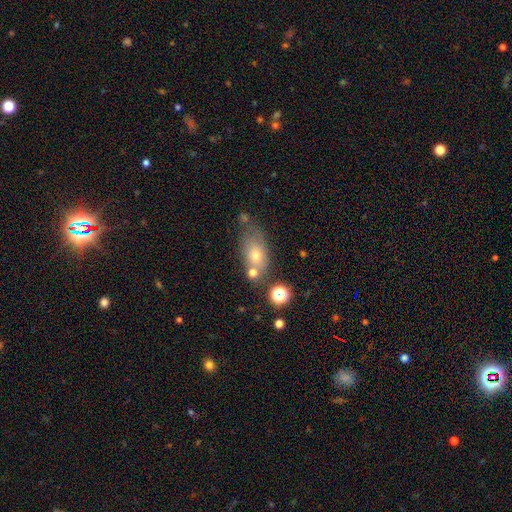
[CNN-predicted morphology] Smooth or featured? Predicted: smooth (p=0.61). How rounded? Predicted: in between (p=0.76). Merging? Predicted: none (p=0.53).